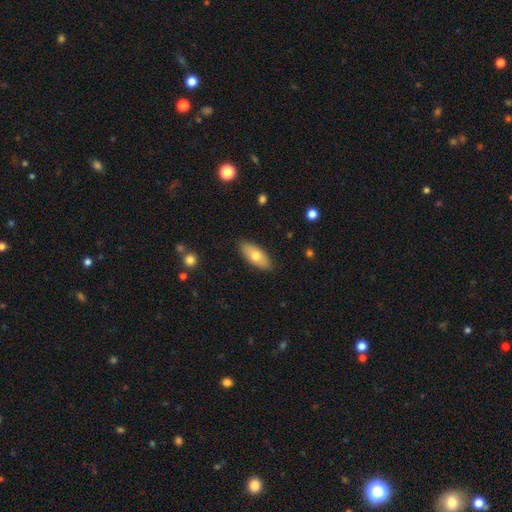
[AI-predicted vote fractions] smooth 72%, featured or disk 22%, star or artifact 6%. Down the decision tree: how rounded — in between (81%); merging — none (87%).